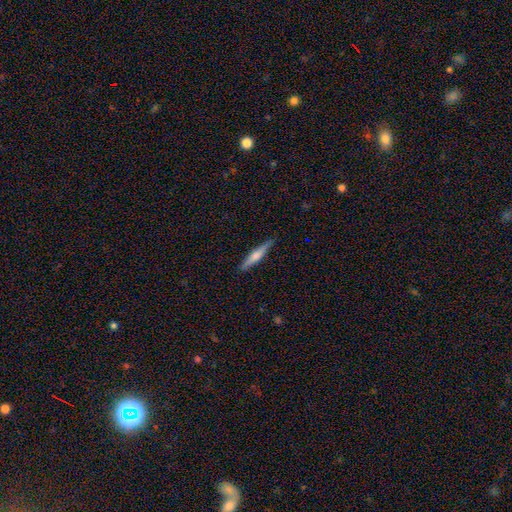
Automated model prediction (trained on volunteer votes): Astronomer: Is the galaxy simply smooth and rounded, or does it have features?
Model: smooth — 51% (runner-up: featured or disk, 43%).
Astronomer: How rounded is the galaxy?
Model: cigar-shaped — 91%.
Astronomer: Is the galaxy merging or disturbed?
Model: none — 89%.